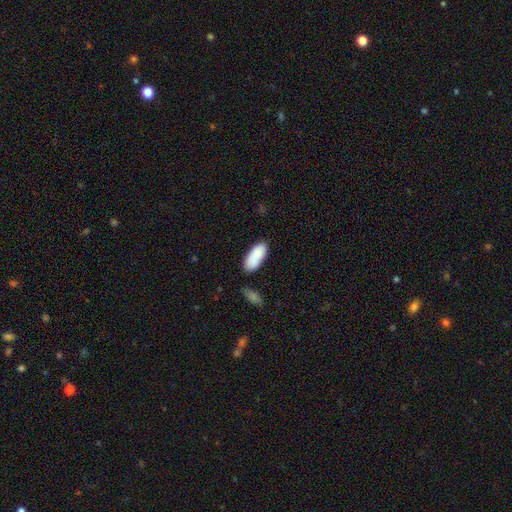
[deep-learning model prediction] The model was most divided on "merging": none: 69%, minor disturbance: 19%, merger: 8%, major disturbance: 4%. More confident: how rounded — in between (87%); smooth or featured — smooth (86%).